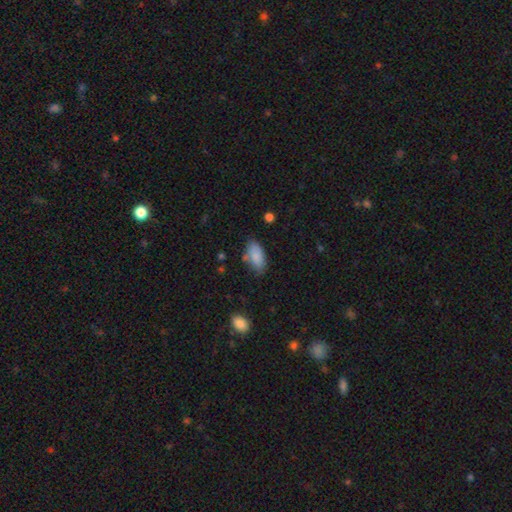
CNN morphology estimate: Q: Smooth or featured?
A: smooth (87%); runner-up: star or artifact (7%)
Q: How rounded?
A: in between (90%); runner-up: cigar-shaped (7%)
Q: Merging?
A: none (69%); runner-up: minor disturbance (22%)